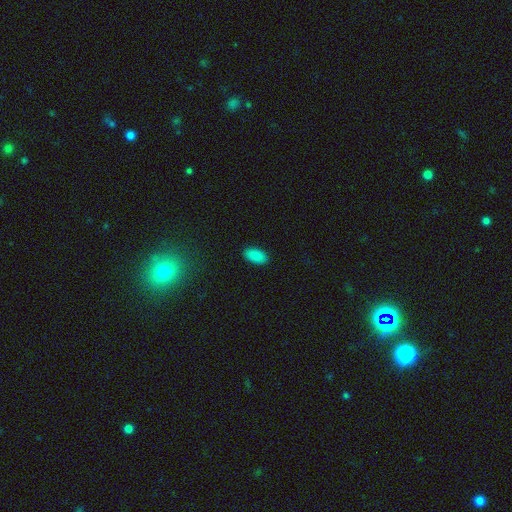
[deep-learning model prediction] Overall: smooth (88%). How rounded: in between (95%). Merging: none (89%).